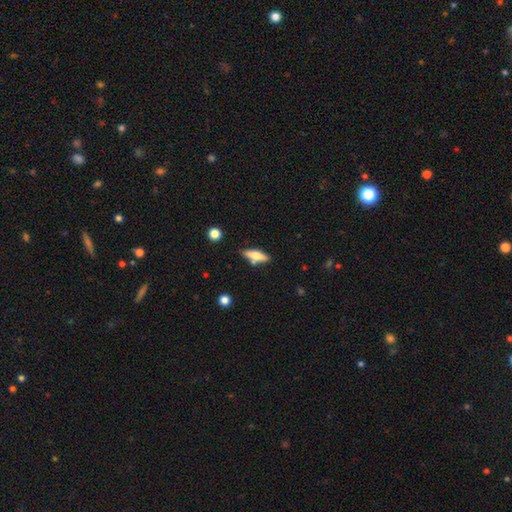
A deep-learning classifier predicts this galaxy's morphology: Overall: smooth (56%; featured or disk 37%). How rounded: cigar-shaped (58%; in between 39%). Merging: none (76%).